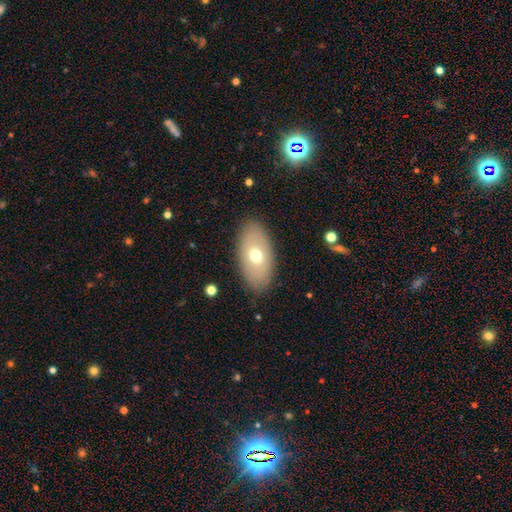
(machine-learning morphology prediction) smooth-or-featured: smooth: 63% | featured or disk: 30% | star or artifact: 7%
  how-rounded: in between: 92% | round: 5% | cigar-shaped: 2%
  merging: none: 85% | minor disturbance: 10% | major disturbance: 4% | merger: 1%